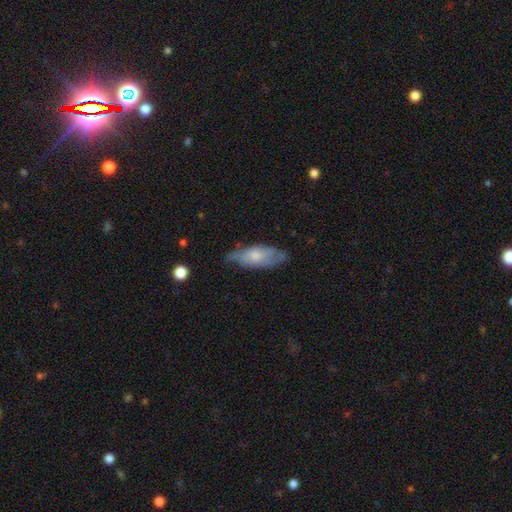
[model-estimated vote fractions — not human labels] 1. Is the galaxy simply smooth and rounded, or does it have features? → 55% smooth, 39% featured or disk, 6% star or artifact.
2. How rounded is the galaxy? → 76% in between, 21% cigar-shaped, 2% round.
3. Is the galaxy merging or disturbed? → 57% none, 33% minor disturbance, 8% major disturbance, 2% merger.